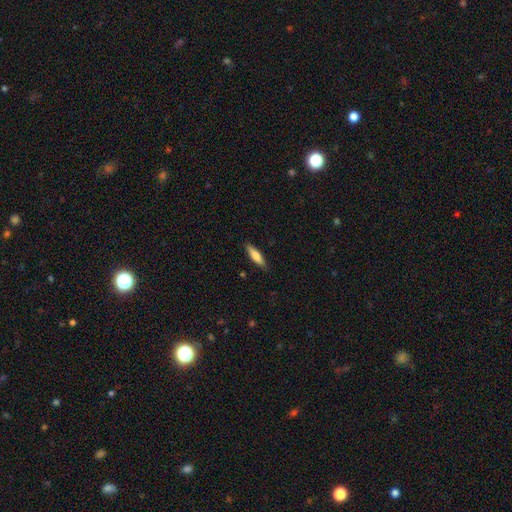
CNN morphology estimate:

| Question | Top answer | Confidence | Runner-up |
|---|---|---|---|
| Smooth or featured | smooth | 69% | featured or disk (25%) |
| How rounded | cigar-shaped | 65% | in between (33%) |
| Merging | none | 87% | minor disturbance (10%) |